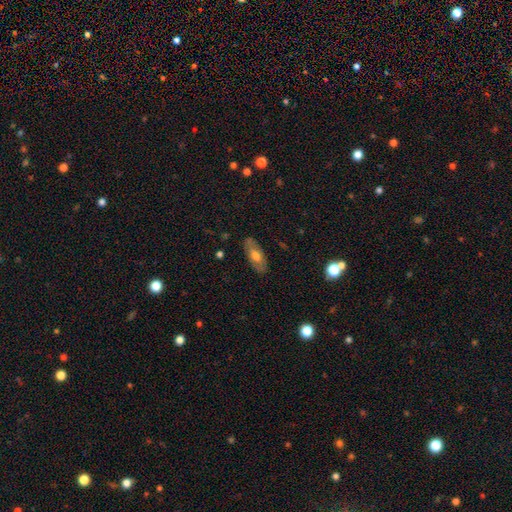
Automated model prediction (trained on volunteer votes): Smooth or featured? smooth (56%)
How rounded? in between (84%)
Merging? none (85%)